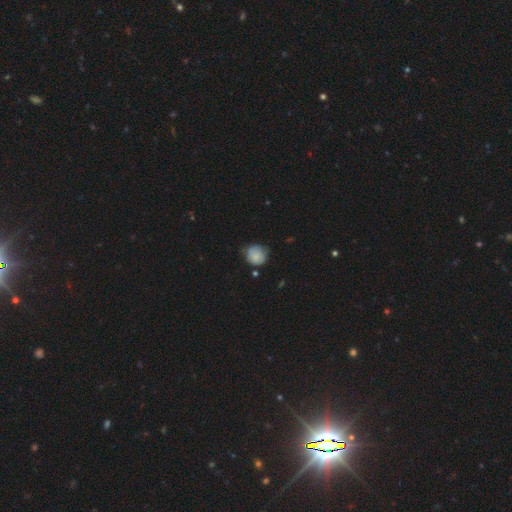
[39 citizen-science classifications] Smooth or featured? smooth (90%)
How rounded? round (89%)
Merging? none (59%)